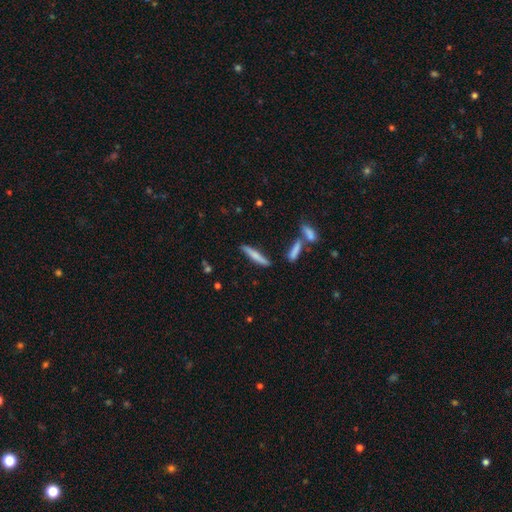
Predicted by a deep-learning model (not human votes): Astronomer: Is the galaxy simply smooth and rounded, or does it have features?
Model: smooth — 66%.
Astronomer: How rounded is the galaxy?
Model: cigar-shaped — 90%.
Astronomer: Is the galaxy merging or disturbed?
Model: none — 81%.